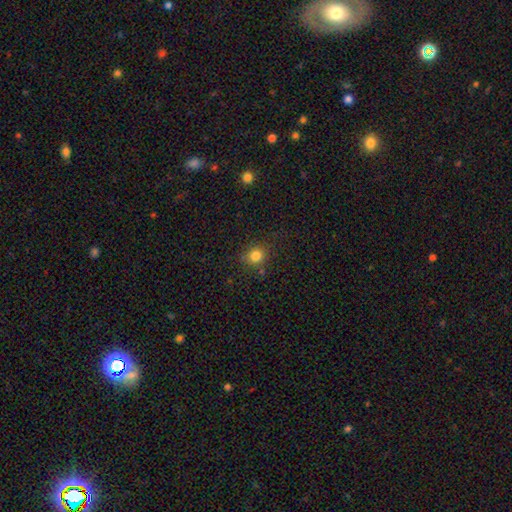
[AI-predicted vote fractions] Smooth or featured: smooth — 81% (star or artifact — 13%)
How rounded: round — 80% (in between — 19%)
Merging: none — 78% (minor disturbance — 13%)